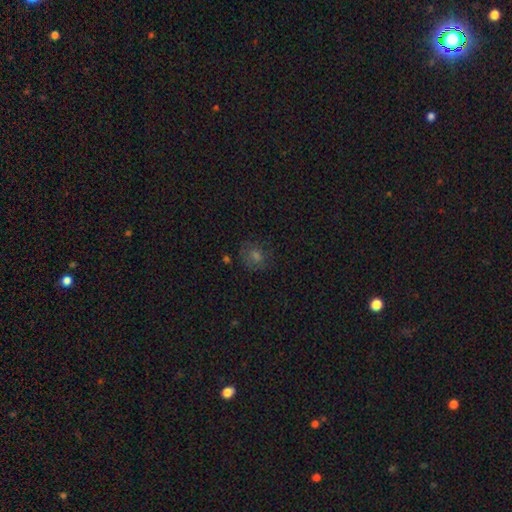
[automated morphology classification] Smooth or featured: smooth — 53% (star or artifact — 28%)
How rounded: round — 76% (in between — 23%)
Merging: none — 77% (minor disturbance — 15%)